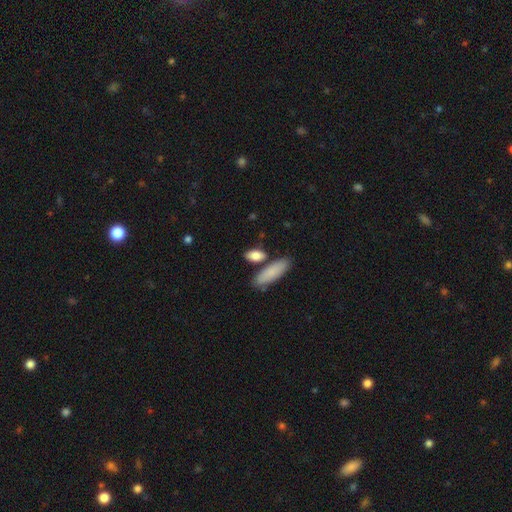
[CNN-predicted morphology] This appears to be a smooth galaxy with no disk features (86%) that is in between round and cigar-shaped (75%). Merging: none (72%).